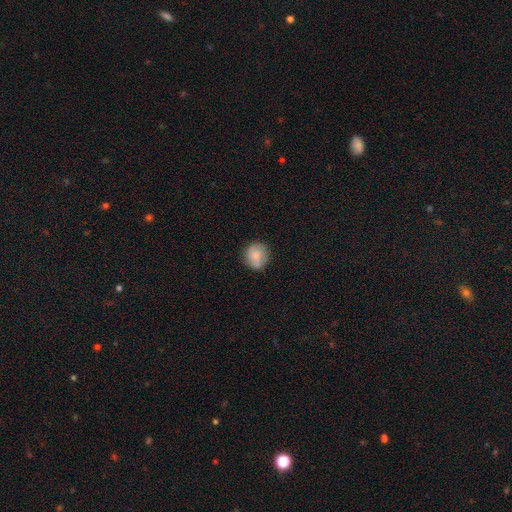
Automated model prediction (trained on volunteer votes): The model was most divided on "merging": none: 74%, minor disturbance: 20%, major disturbance: 4%, merger: 2%. More confident: how rounded — round (86%); smooth or featured — smooth (78%).